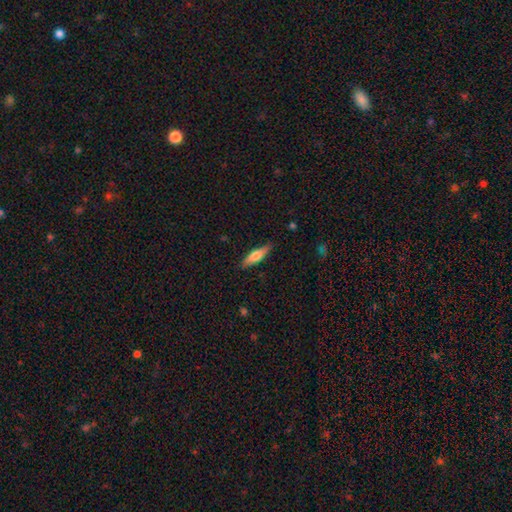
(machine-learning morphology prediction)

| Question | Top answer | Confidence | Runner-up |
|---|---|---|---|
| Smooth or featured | smooth | 64% | featured or disk (30%) |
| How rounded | cigar-shaped | 66% | in between (32%) |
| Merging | none | 86% | minor disturbance (11%) |